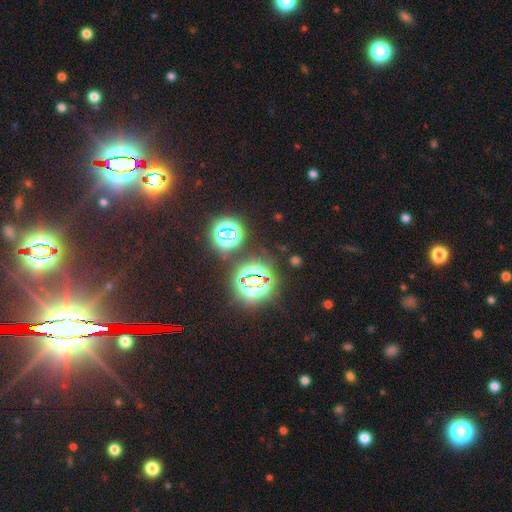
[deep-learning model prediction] A star or artifact, not a galaxy (80%).

Vote fractions:
- Smooth or featured? star or artifact: 80% / smooth: 12% / featured or disk: 8%